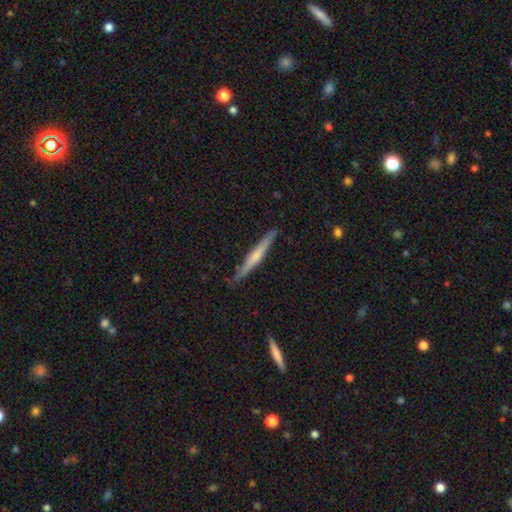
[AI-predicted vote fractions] The model was most divided on "smooth or featured": featured or disk: 51%, smooth: 43%, star or artifact: 6%. More confident: edge-on disk — yes (96%); merging — none (84%).